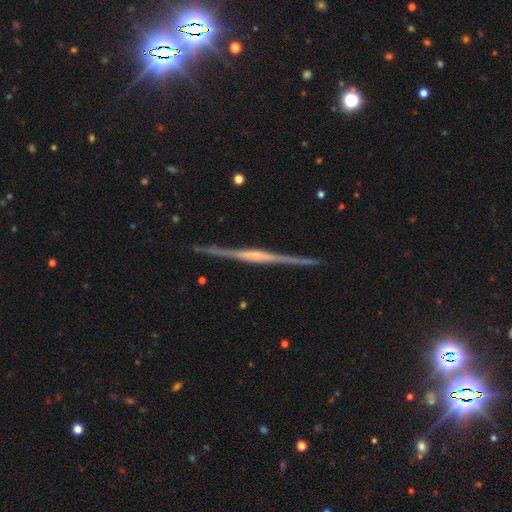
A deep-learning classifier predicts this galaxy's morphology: A featured or disk galaxy (85%) viewed edge-on (98%) with a rounded central bulge (54%). Merging: none (89%).